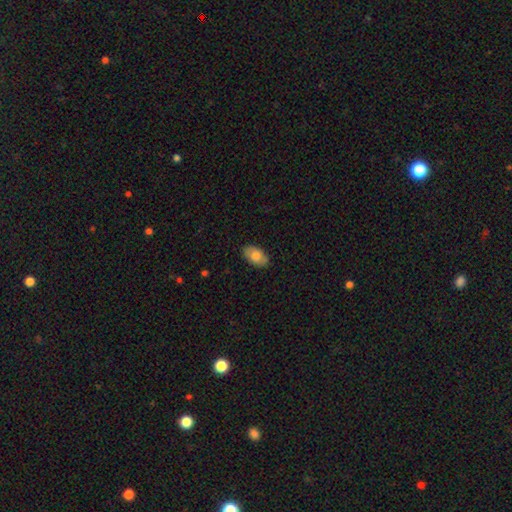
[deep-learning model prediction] Q: Smooth or featured?
A: smooth (79%); runner-up: featured or disk (15%)
Q: How rounded?
A: in between (93%); runner-up: round (6%)
Q: Merging?
A: none (85%); runner-up: minor disturbance (12%)